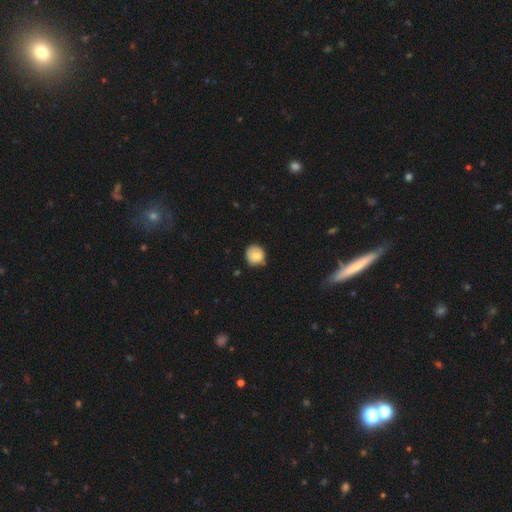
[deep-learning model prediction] Smooth or featured?
  - smooth: 78% *
  - featured or disk: 14%
  - star or artifact: 8%
How rounded?
  - round: 87% *
  - in between: 12%
  - cigar-shaped: 1%
Merging?
  - none: 71% *
  - minor disturbance: 23%
  - major disturbance: 4%
  - merger: 2%